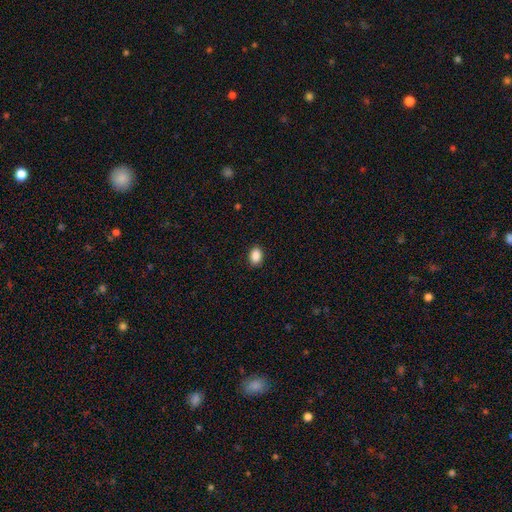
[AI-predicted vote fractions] Smooth or featured: smooth — 89% (star or artifact — 8%)
How rounded: in between — 78% (round — 21%)
Merging: none — 89% (minor disturbance — 8%)